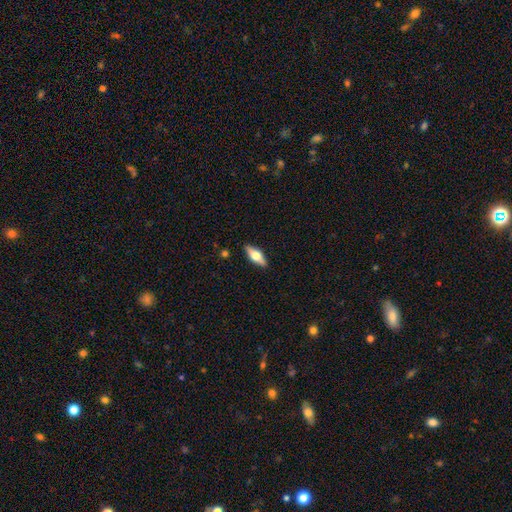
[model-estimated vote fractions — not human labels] This is possibly a featured or disk galaxy (47%, tied with smooth). Merging: clearly none (88%).